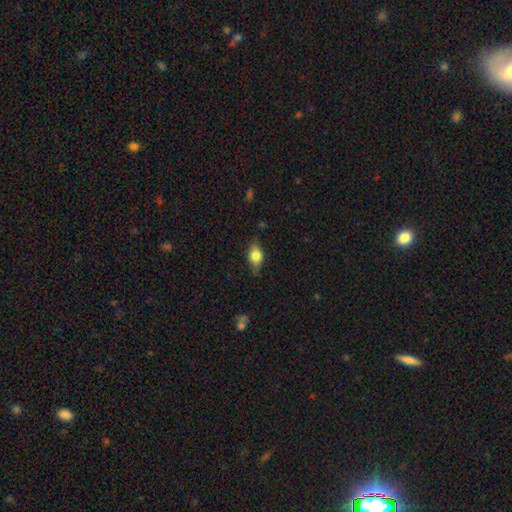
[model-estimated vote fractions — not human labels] A smooth galaxy with no disk features (72%) that is in between round and cigar-shaped (79%).

Vote fractions:
- Smooth or featured? smooth: 72% / featured or disk: 20% / star or artifact: 8%
- How rounded? in between: 79% / round: 16% / cigar-shaped: 5%
- Merging? none: 71% / minor disturbance: 23% / major disturbance: 5% / merger: 2%